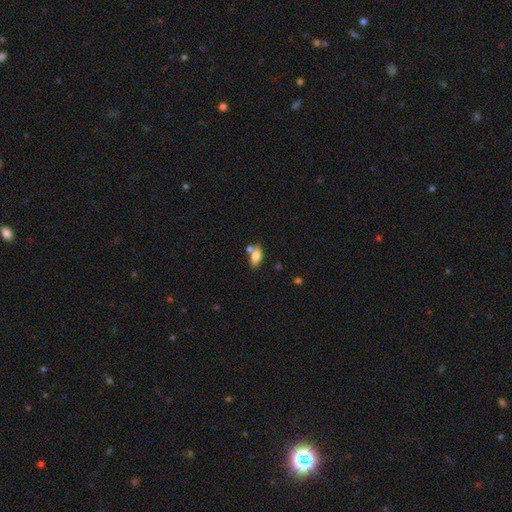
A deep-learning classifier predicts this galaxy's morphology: A smooth galaxy with no disk features (77%) that is in between round and cigar-shaped (88%).

Vote fractions:
- Smooth or featured? smooth: 77% / featured or disk: 15% / star or artifact: 8%
- How rounded? in between: 88% / cigar-shaped: 7% / round: 5%
- Merging? none: 54% / merger: 28% / minor disturbance: 14% / major disturbance: 4%